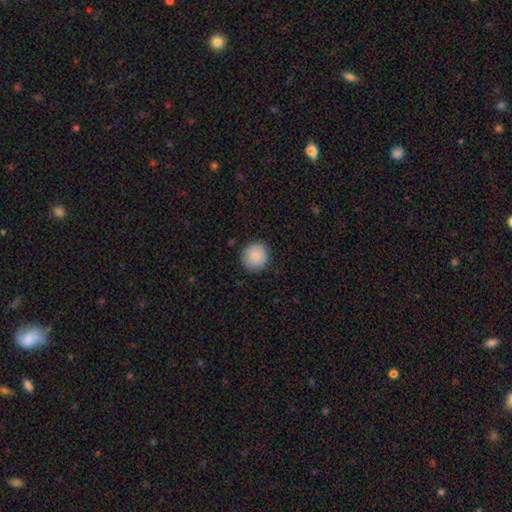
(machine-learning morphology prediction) A smooth galaxy with no disk features (88%) that is round (94%). Merging: none (89%).